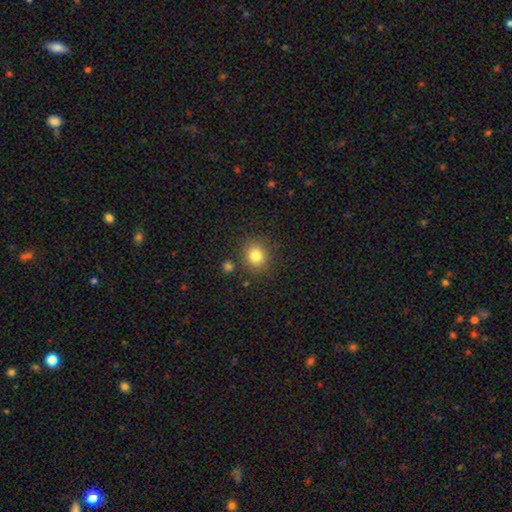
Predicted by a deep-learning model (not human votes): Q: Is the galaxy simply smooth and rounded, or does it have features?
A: smooth — 82%.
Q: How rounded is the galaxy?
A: round — 82%.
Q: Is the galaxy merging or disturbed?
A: none — 83%.